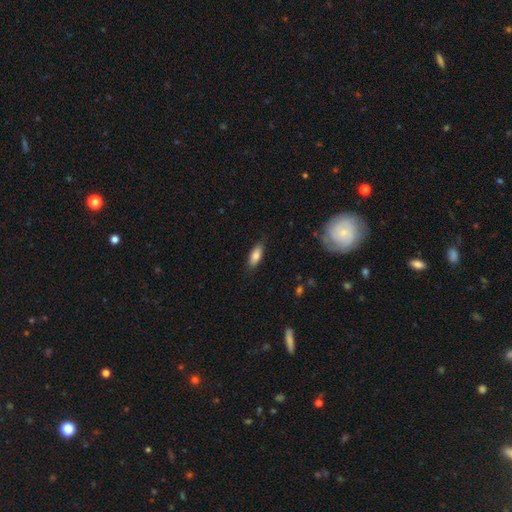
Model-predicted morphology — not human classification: Smooth or featured? Predicted: smooth (p=0.81). How rounded? Predicted: in between (p=0.75). Merging? Predicted: none (p=0.83).